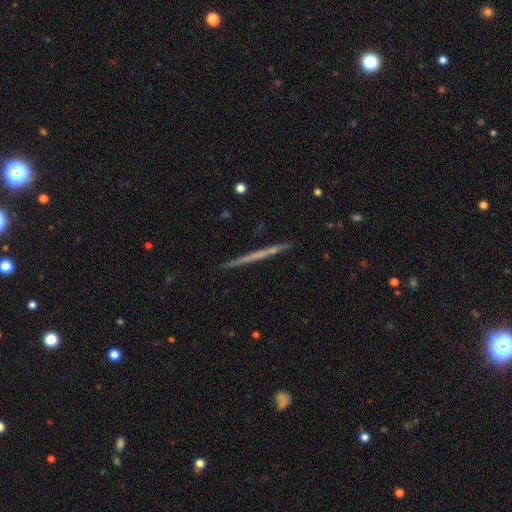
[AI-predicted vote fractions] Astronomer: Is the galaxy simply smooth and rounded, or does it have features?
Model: featured or disk — 58% (runner-up: smooth, 36%).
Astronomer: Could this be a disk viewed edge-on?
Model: yes — 98%.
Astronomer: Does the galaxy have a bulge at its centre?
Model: none — 90%.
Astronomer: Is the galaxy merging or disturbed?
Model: none — 91%.